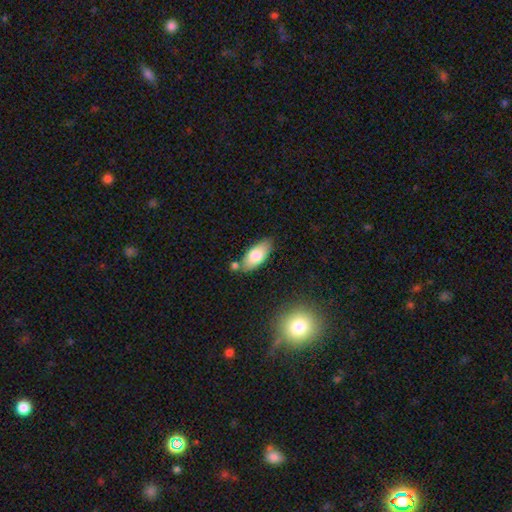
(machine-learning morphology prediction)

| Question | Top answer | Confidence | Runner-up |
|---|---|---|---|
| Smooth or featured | smooth | 77% | featured or disk (16%) |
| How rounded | in between | 88% | cigar-shaped (10%) |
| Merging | none | 75% | minor disturbance (14%) |